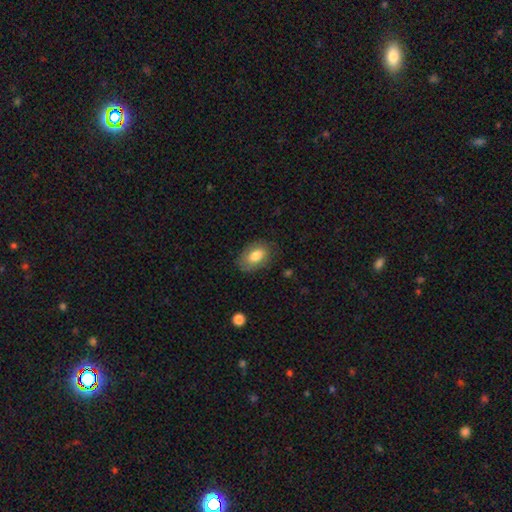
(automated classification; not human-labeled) The model was most divided on "smooth or featured": smooth: 75%, featured or disk: 18%, star or artifact: 7%. More confident: how rounded — in between (88%); merging — none (77%).